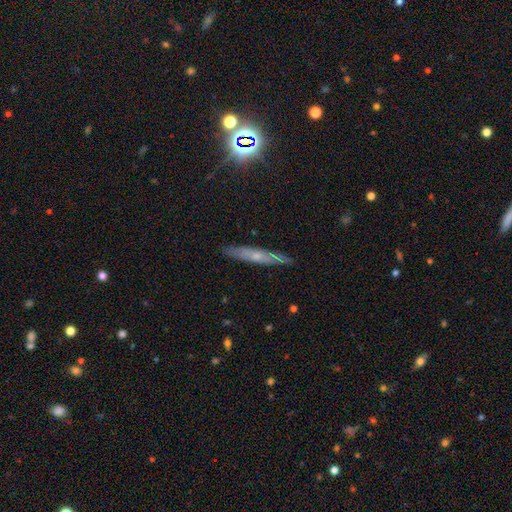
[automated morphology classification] smooth-or-featured: featured or disk: 55% | smooth: 36% | star or artifact: 9%
  disk-edge-on: yes: 85% | no: 15%
  merging: none: 85% | minor disturbance: 12% | major disturbance: 2% | merger: 1%